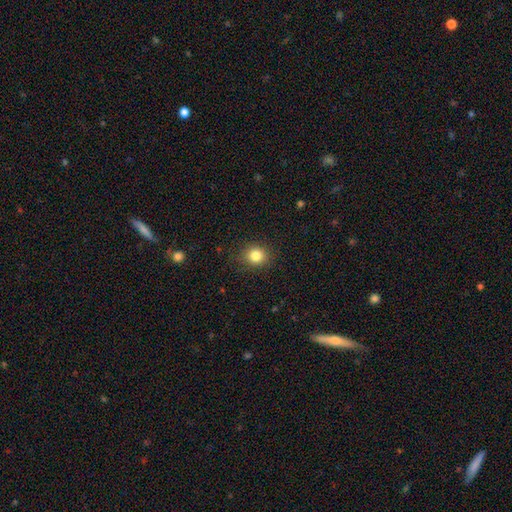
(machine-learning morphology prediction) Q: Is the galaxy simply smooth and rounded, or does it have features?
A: smooth — 83%.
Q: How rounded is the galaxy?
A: round — 78%.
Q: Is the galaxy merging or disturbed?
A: none — 87%.